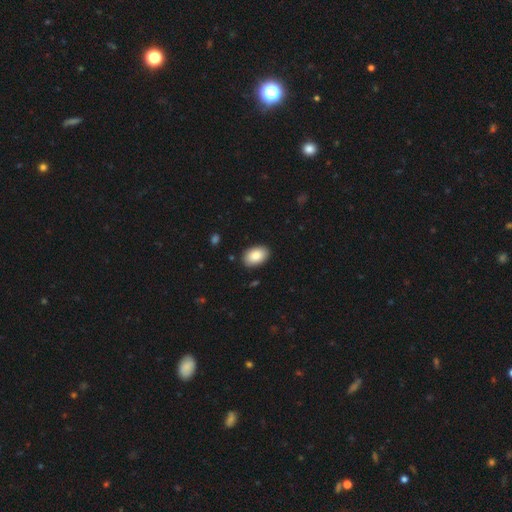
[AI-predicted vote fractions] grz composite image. It shows a smooth galaxy with no disk features (85%) that is in between round and cigar-shaped (90%). Merging: none (89%).